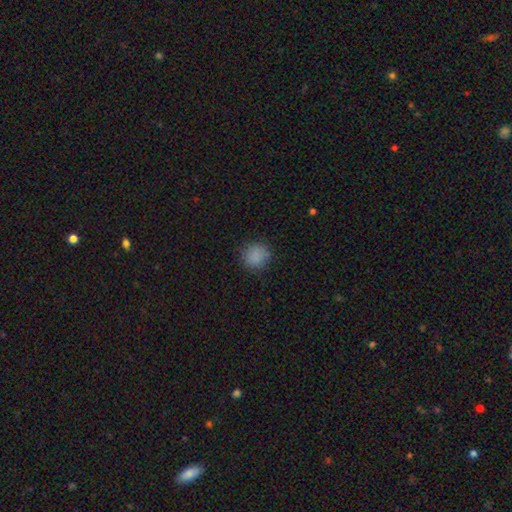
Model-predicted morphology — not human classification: smooth 84%, star or artifact 11%, featured or disk 5%. Down the decision tree: how rounded — round (88%); merging — none (83%).